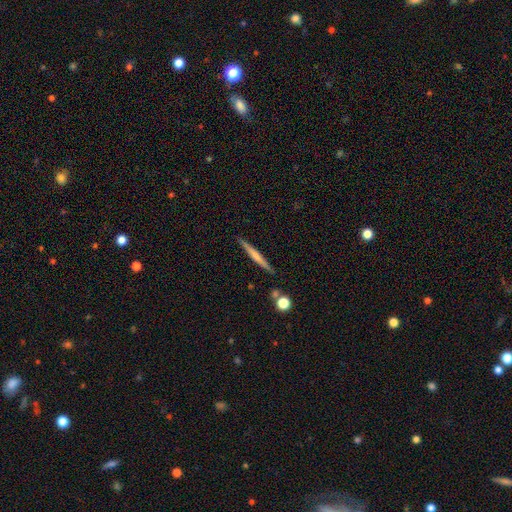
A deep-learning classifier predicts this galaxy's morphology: Overall: smooth (48%; featured or disk 46%). Merging: none (87%).